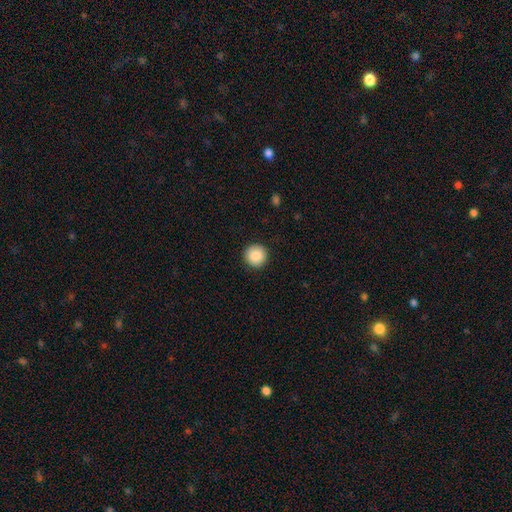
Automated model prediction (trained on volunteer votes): The model was most divided on "smooth or featured": smooth: 88%, star or artifact: 8%, featured or disk: 4%. More confident: how rounded — round (95%); merging — none (92%).